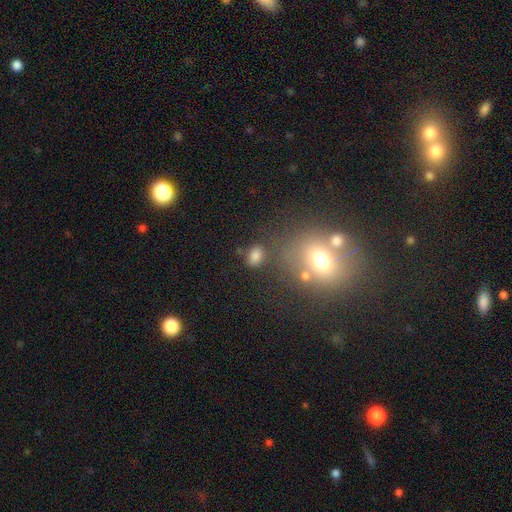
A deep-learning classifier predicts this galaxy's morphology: Smooth or featured? Predicted: smooth (p=0.75). How rounded? Predicted: in between (p=0.71). Merging? Predicted: none (p=0.68).